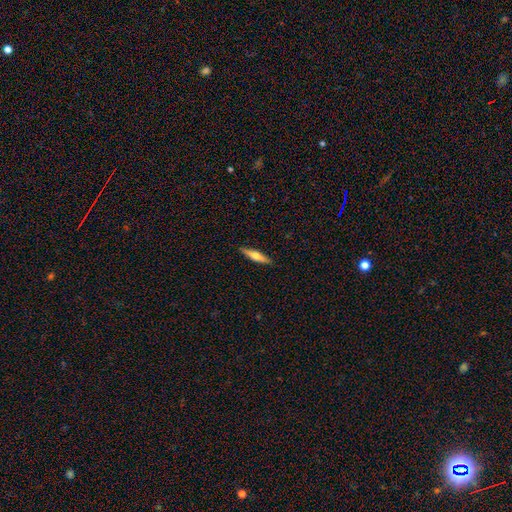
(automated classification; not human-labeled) Smooth or featured: smooth — 50% (featured or disk — 44%)
How rounded: cigar-shaped — 80% (in between — 18%)
Merging: none — 90% (minor disturbance — 7%)